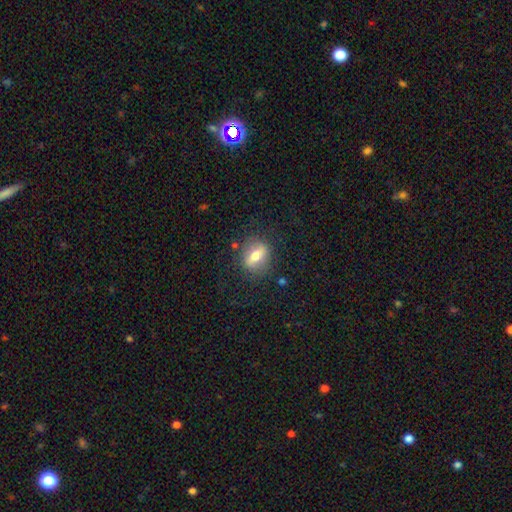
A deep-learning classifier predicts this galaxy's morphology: A smooth galaxy with no disk features (50%).

Vote fractions:
- Smooth or featured? smooth: 50% / featured or disk: 41% / star or artifact: 9%
- Merging? none: 81% / minor disturbance: 12% / major disturbance: 5% / merger: 2%